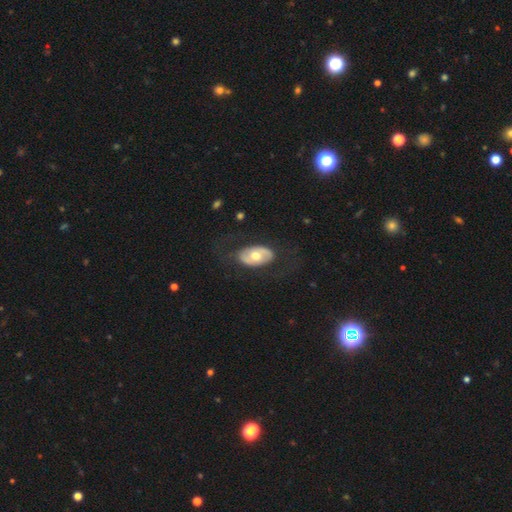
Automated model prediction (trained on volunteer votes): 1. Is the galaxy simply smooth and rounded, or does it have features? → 54% featured or disk, 42% smooth, 5% star or artifact.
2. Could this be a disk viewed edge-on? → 91% no, 9% yes.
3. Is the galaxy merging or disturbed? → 73% none, 14% minor disturbance, 12% major disturbance, 1% merger.